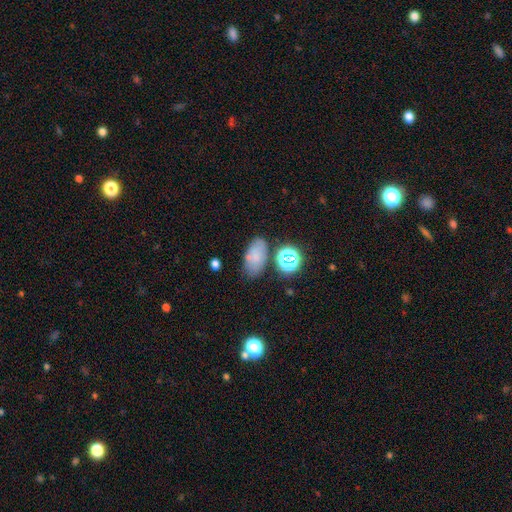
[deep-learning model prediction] Q: Smooth or featured?
A: smooth (68%); runner-up: featured or disk (16%)
Q: How rounded?
A: in between (88%); runner-up: round (8%)
Q: Merging?
A: none (69%); runner-up: minor disturbance (17%)